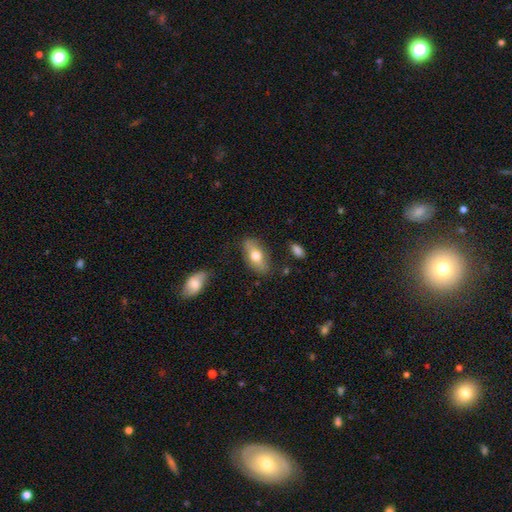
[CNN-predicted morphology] The model was most divided on "smooth or featured": smooth: 61%, featured or disk: 33%, star or artifact: 6%. More confident: merging — none (81%); how rounded — in between (79%).